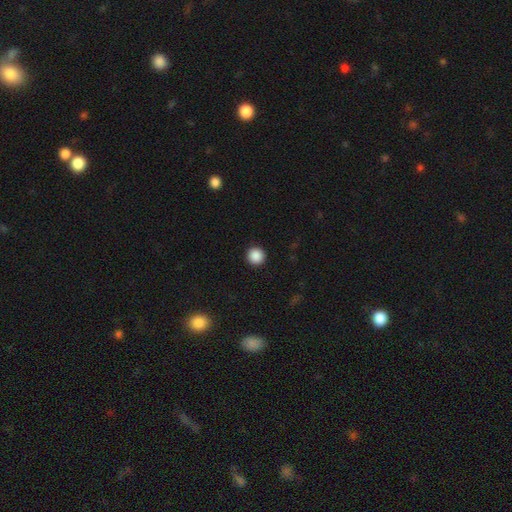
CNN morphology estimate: Q: Smooth or featured?
A: smooth (88%); runner-up: star or artifact (9%)
Q: How rounded?
A: round (96%); runner-up: in between (3%)
Q: Merging?
A: none (93%); runner-up: minor disturbance (4%)